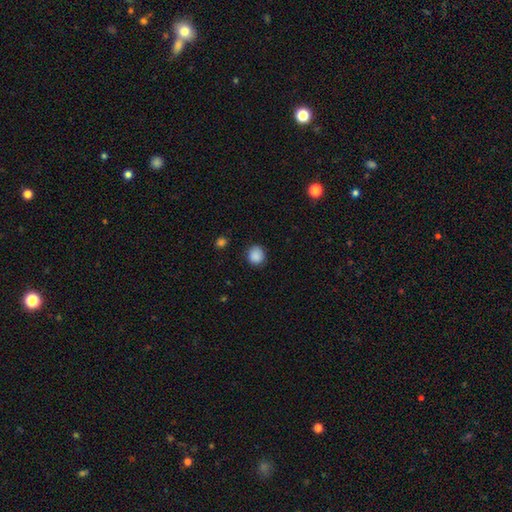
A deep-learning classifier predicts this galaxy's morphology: smooth-or-featured: smooth: 88% | star or artifact: 9% | featured or disk: 3%
  how-rounded: round: 85% | in between: 14% | cigar-shaped: 1%
  merging: none: 85% | minor disturbance: 11% | major disturbance: 3% | merger: 1%